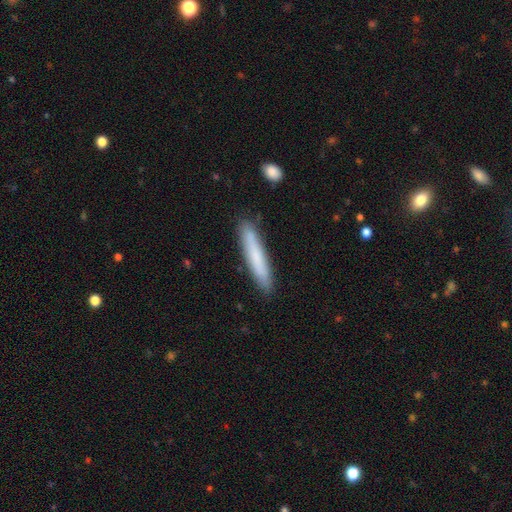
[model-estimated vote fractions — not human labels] Smooth or featured? Predicted: smooth (p=0.74). How rounded? Predicted: cigar-shaped (p=0.93). Merging? Predicted: none (p=0.87).